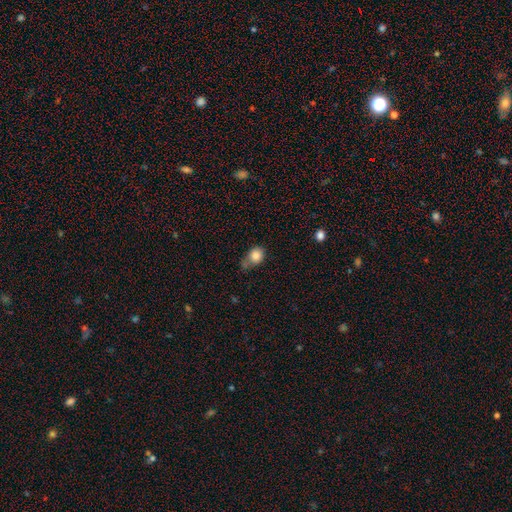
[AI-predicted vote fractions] Smooth or featured? smooth (84%)
How rounded? round (61%)
Merging? none (42%)